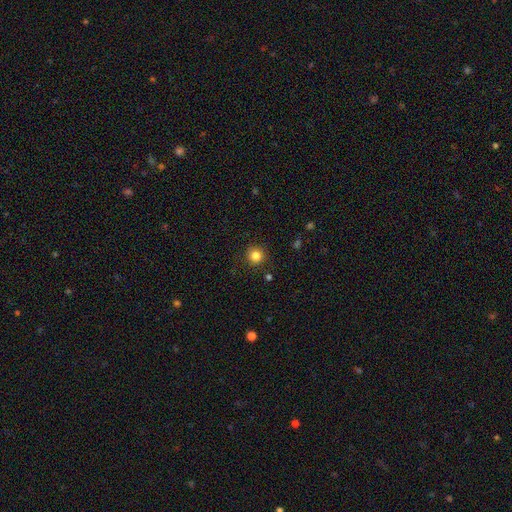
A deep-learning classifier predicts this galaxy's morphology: The model was most divided on "smooth or featured": smooth: 83%, star or artifact: 12%, featured or disk: 5%. More confident: how rounded — round (94%); merging — none (90%).